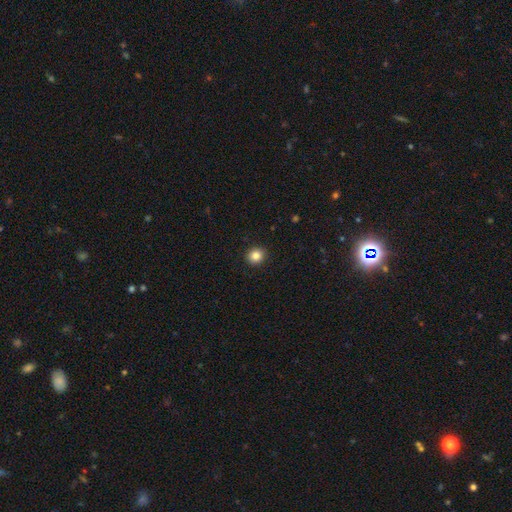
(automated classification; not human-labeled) A smooth galaxy with no disk features (85%) that is round (84%).

Vote fractions:
- Smooth or featured? smooth: 85% / star or artifact: 10% / featured or disk: 5%
- How rounded? round: 84% / in between: 15% / cigar-shaped: 1%
- Merging? none: 92% / minor disturbance: 5% / major disturbance: 2% / merger: 1%